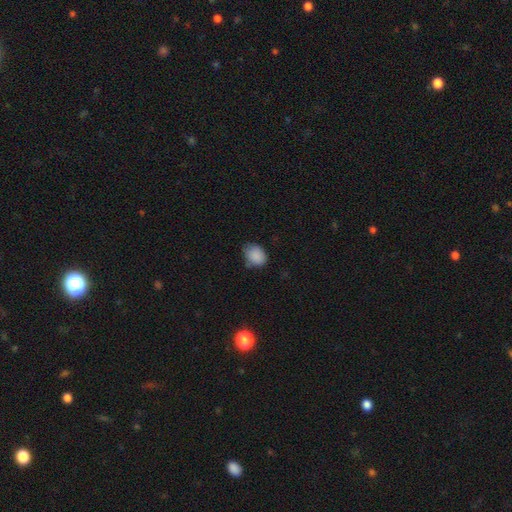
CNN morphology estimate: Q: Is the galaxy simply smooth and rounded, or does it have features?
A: smooth — 87%.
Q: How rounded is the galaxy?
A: in between — 57%.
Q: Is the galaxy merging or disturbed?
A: none — 61%.